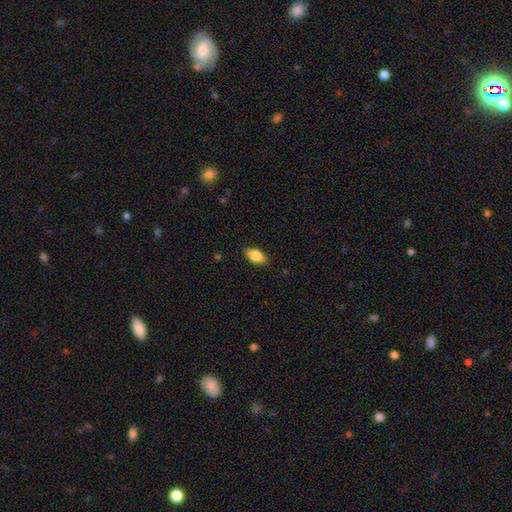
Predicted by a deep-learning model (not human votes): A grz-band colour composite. It shows a smooth galaxy with no disk features (85%) that is in between round and cigar-shaped (91%). Merging: none (87%).